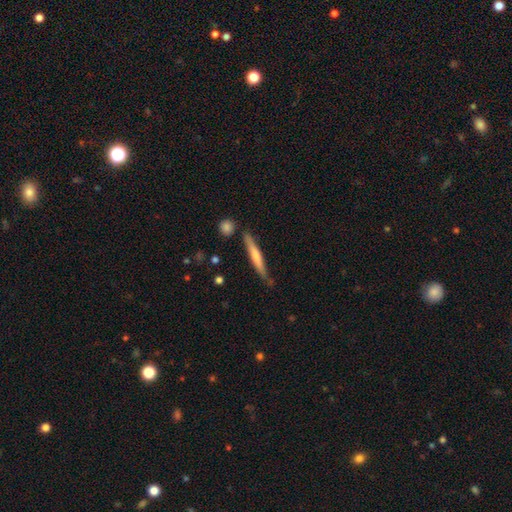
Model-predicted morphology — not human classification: Smooth or featured? smooth (57%)
How rounded? cigar-shaped (94%)
Merging? none (76%)